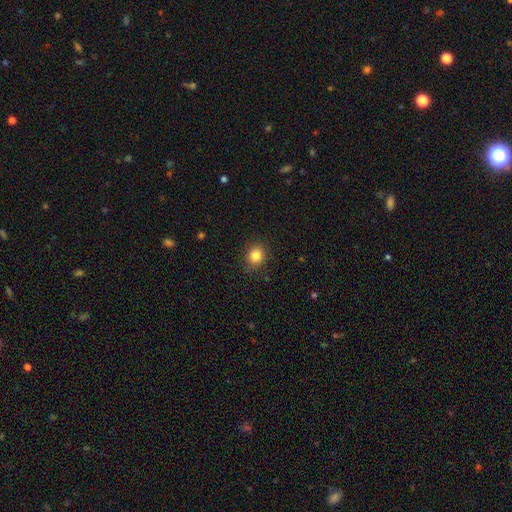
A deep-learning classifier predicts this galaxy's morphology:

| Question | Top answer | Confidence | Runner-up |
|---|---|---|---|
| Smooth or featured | smooth | 84% | star or artifact (11%) |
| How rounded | round | 76% | in between (23%) |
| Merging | none | 87% | minor disturbance (10%) |